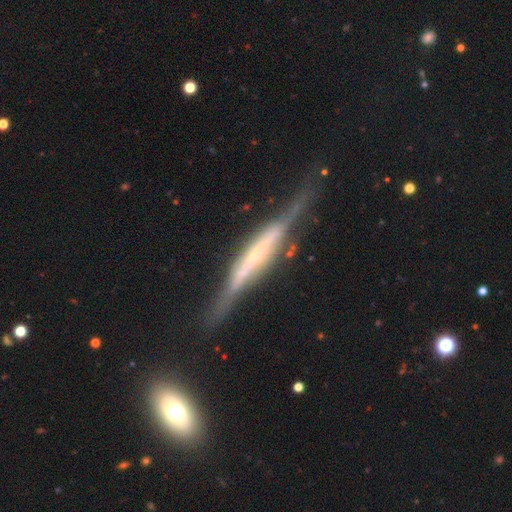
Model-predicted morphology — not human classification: Overall: featured or disk (82%). Edge-on disk: yes (95%). Edge-on bulge: boxy (36%; none 34%). Merging: none (72%).